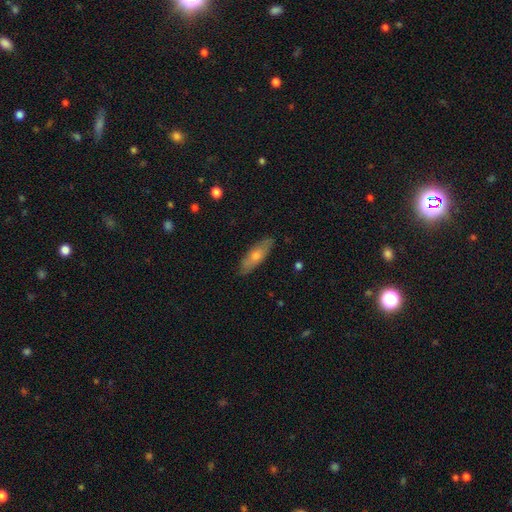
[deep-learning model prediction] Smooth or featured? Predicted: smooth (p=0.53). How rounded? Predicted: cigar-shaped (p=0.52). Merging? Predicted: none (p=0.86).